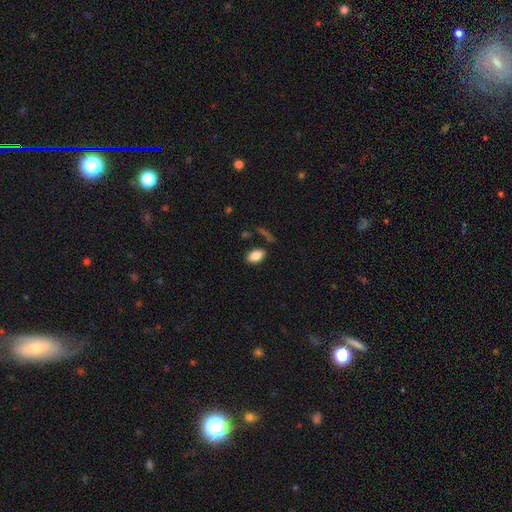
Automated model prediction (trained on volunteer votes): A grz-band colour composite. It shows a smooth galaxy with no disk features (86%) that is in between round and cigar-shaped (91%). Merging: none (80%).